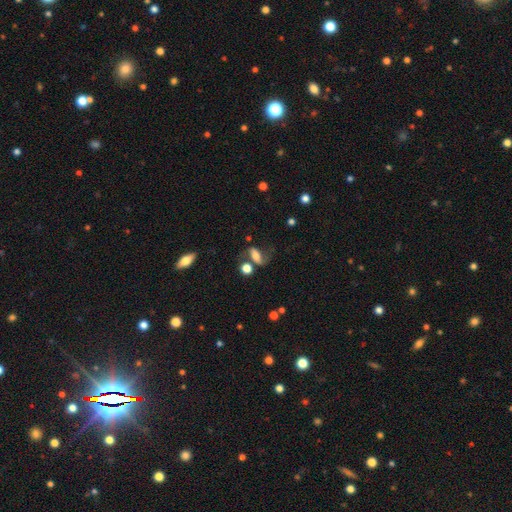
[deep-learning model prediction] smooth_or_featured: featured or disk (p=0.50) [alt: smooth p=0.38]
merging: none (p=0.49) [alt: minor disturbance p=0.19]